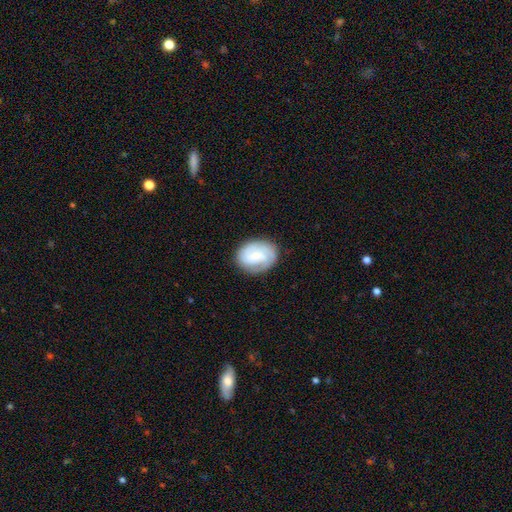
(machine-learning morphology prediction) Overall: featured or disk (61%; smooth 32%). Edge-on disk: no (98%). Bar: no (60%; weak 34%). Spiral arms: yes (91%). Spiral arm count: 2 (34%; can't tell 29%). Spiral winding: tight (54%; medium 34%). Bulge size: small (66%). Merging: none (78%).